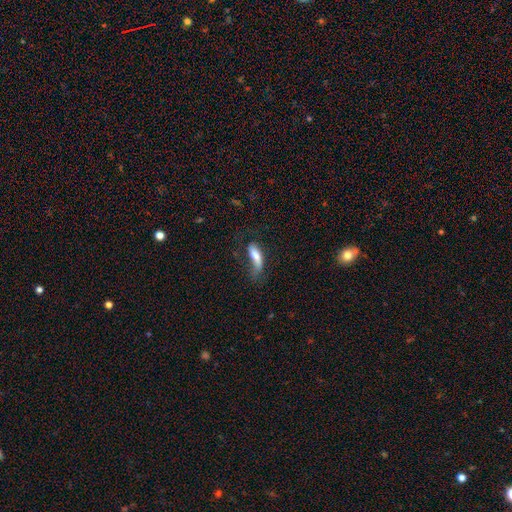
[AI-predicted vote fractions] This is likely a smooth galaxy (67%). How rounded: possibly in between (55%). Merging: marginally major disturbance (37%).